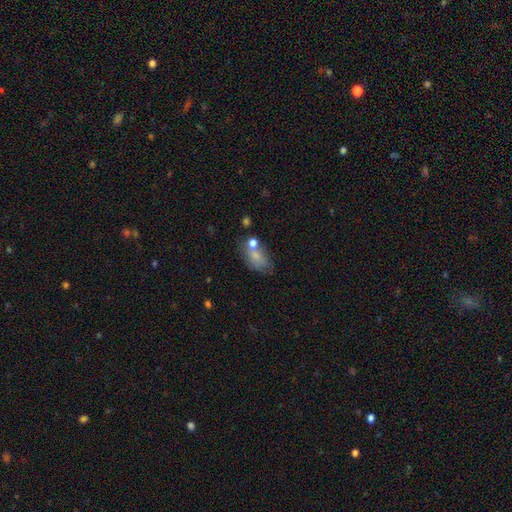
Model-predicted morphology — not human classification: Smooth or featured?
  - smooth: 69% *
  - featured or disk: 20%
  - star or artifact: 11%
How rounded?
  - in between: 86% *
  - round: 11%
  - cigar-shaped: 3%
Merging?
  - none: 37% *
  - merger: 25%
  - minor disturbance: 23%
  - major disturbance: 15%